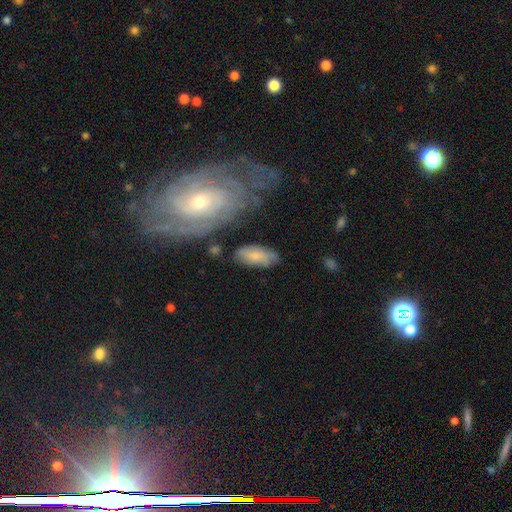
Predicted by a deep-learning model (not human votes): This is likely a smooth galaxy (64%). How rounded: clearly in between (86%). Merging: likely none (69%).